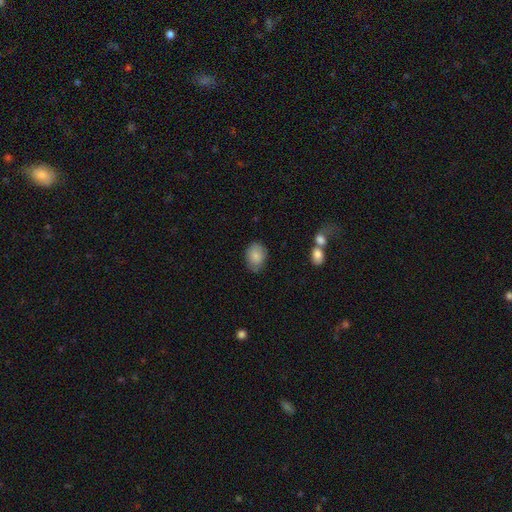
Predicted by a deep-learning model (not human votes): Smooth or featured: smooth — 85% (featured or disk — 8%)
How rounded: in between — 74% (round — 25%)
Merging: none — 72% (minor disturbance — 21%)